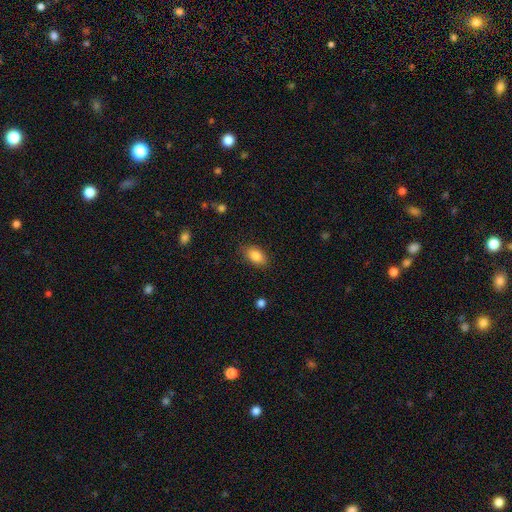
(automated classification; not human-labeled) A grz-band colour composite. It shows a smooth galaxy with no disk features (86%) that is in between round and cigar-shaped (91%). Merging: none (85%).